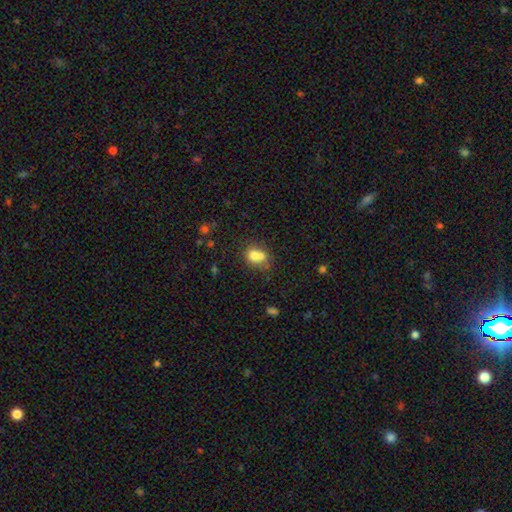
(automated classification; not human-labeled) A smooth galaxy with no disk features (69%) that is round (58%).

Vote fractions:
- Smooth or featured? smooth: 69% / featured or disk: 19% / star or artifact: 11%
- How rounded? round: 58% / in between: 41% / cigar-shaped: 1%
- Merging? merger: 58% / none: 28% / minor disturbance: 9% / major disturbance: 5%